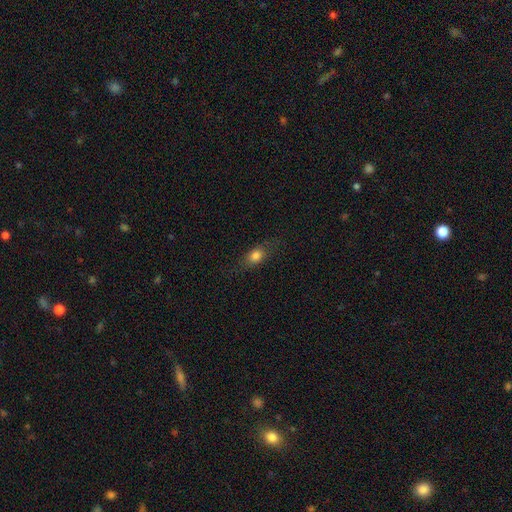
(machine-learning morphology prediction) Smooth or featured? Predicted: smooth (p=0.73). How rounded? Predicted: in between (p=0.64). Merging? Predicted: none (p=0.75).